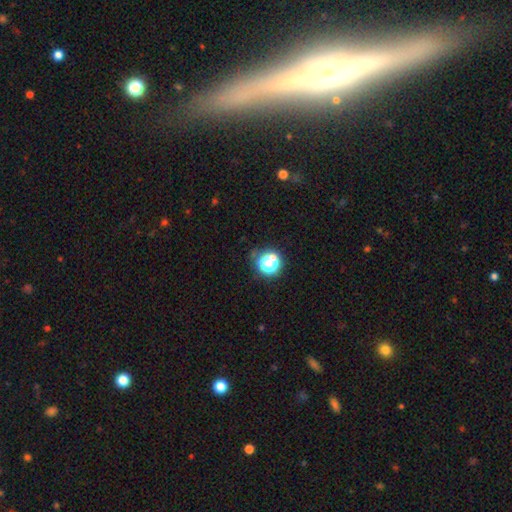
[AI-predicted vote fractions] Smooth or featured? star or artifact (56%)